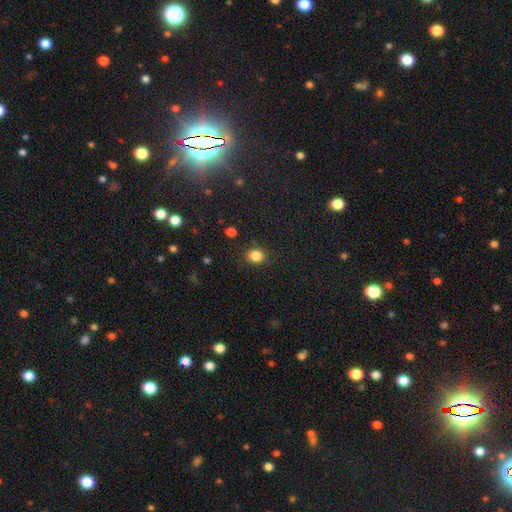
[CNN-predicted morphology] Smooth or featured: smooth — 85% (star or artifact — 11%)
How rounded: round — 58% (in between — 41%)
Merging: none — 82% (minor disturbance — 12%)